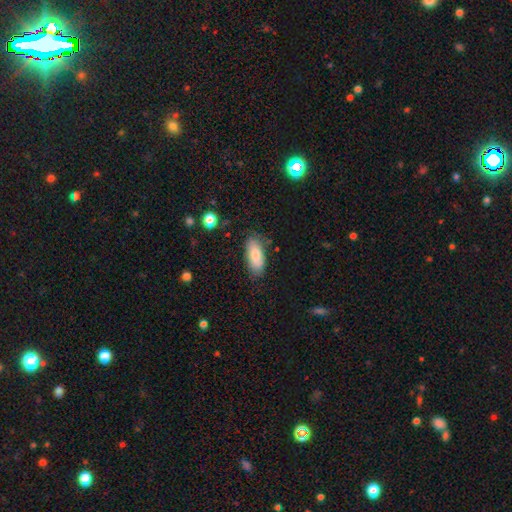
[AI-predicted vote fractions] Smooth or featured? smooth (78%)
How rounded? in between (85%)
Merging? none (77%)